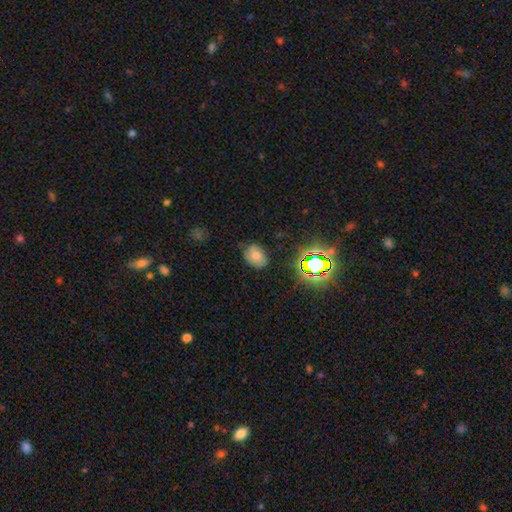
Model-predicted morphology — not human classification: Smooth or featured: smooth — 67% (star or artifact — 17%)
How rounded: in between — 66% (round — 33%)
Merging: none — 70% (minor disturbance — 23%)